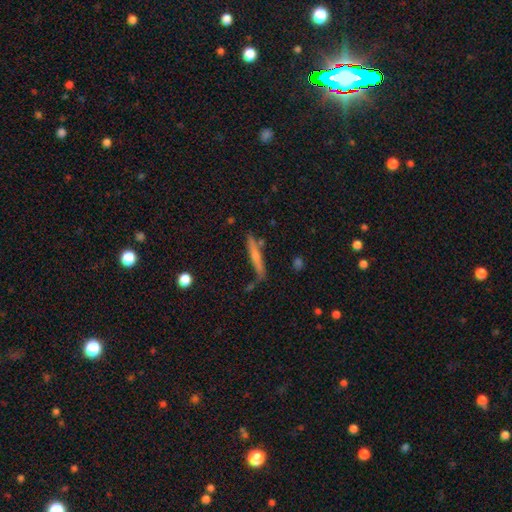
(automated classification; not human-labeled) The model was most divided on "smooth or featured": smooth: 47%, featured or disk: 46%, star or artifact: 7%. More confident: merging — none (71%).